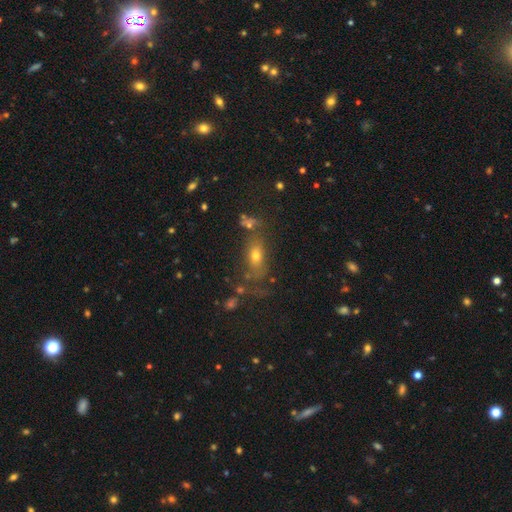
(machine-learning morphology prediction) smooth 61%, featured or disk 20%, star or artifact 20%. Down the decision tree: how rounded — in between (72%); merging — none (58%).